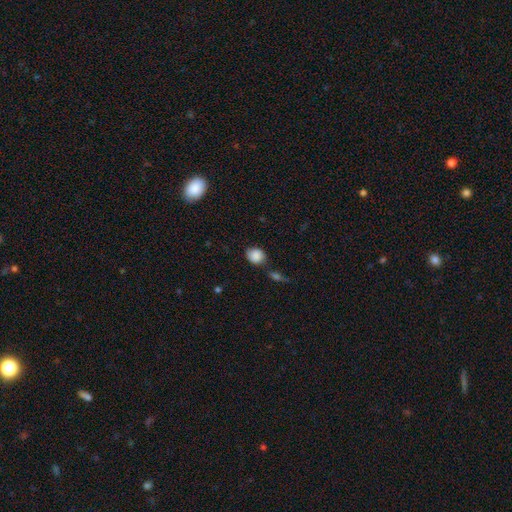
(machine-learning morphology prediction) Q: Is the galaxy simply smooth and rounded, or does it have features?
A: smooth — 86%.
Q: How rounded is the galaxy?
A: round — 68%.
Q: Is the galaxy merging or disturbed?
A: none — 70%.